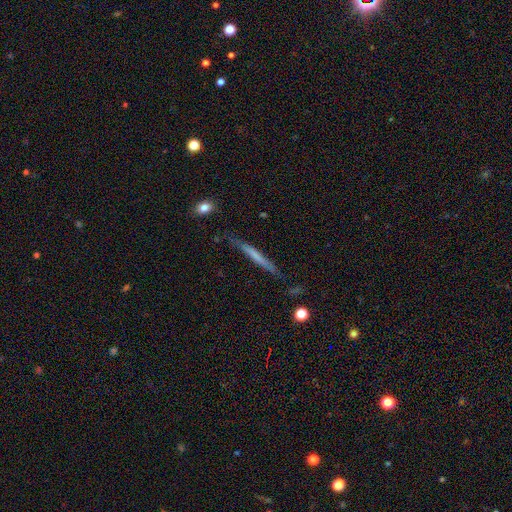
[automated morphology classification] Smooth or featured?
  - smooth: 51% *
  - featured or disk: 43%
  - star or artifact: 6%
How rounded?
  - cigar-shaped: 96% *
  - in between: 3%
  - round: 2%
Merging?
  - none: 77% *
  - minor disturbance: 17%
  - major disturbance: 4%
  - merger: 2%